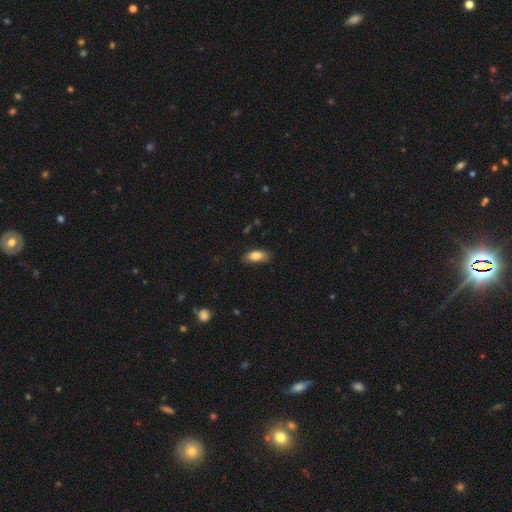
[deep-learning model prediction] Smooth or featured? Predicted: smooth (p=0.80). How rounded? Predicted: in between (p=0.85). Merging? Predicted: none (p=0.77).